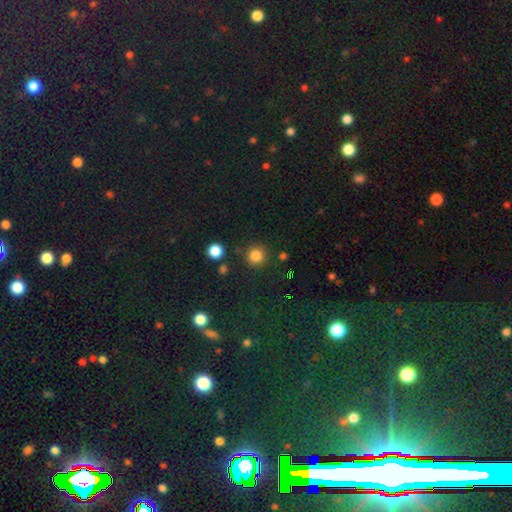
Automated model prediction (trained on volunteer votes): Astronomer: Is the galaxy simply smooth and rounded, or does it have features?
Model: smooth — 80%.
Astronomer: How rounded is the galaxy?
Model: round — 94%.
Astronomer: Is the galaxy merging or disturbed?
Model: none — 85%.